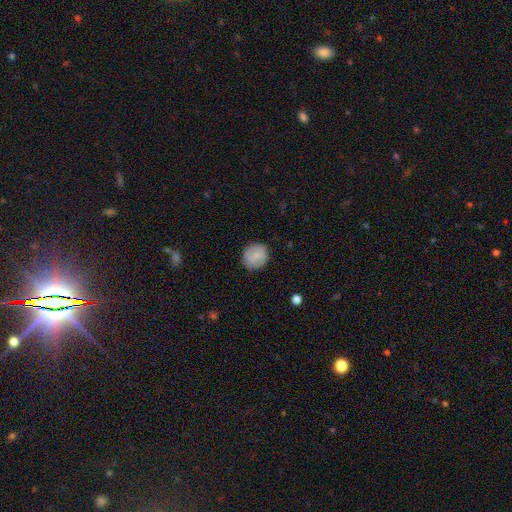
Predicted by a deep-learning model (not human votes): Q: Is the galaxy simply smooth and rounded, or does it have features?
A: smooth — 62%.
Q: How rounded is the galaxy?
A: round — 88%.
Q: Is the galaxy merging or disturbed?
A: none — 86%.